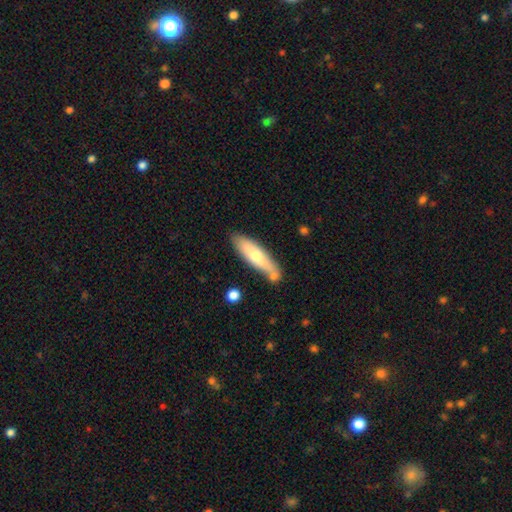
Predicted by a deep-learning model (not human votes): This is likely a smooth galaxy (64%). How rounded: likely cigar-shaped (70%). Merging: likely none (68%).